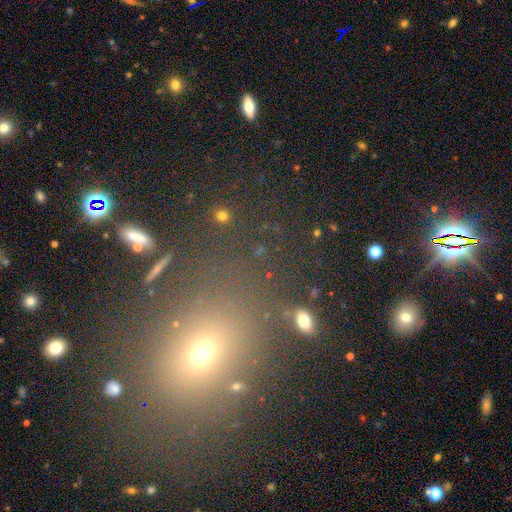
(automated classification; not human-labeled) Smooth or featured: smooth — 49% (star or artifact — 40%)
Merging: none — 80% (minor disturbance — 10%)